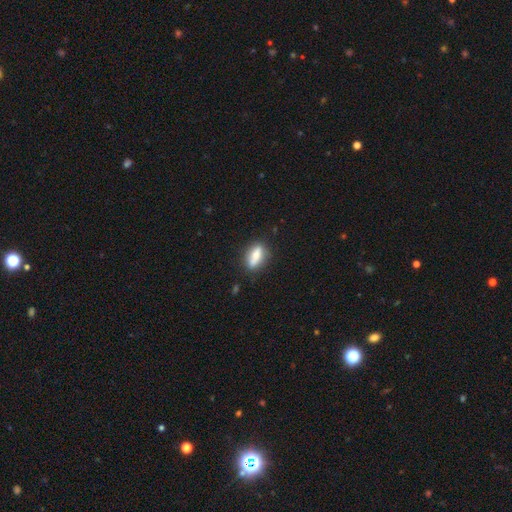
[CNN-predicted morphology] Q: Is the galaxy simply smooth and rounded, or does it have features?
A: smooth — 64%.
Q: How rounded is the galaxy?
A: in between — 59%.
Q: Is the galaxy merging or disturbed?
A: none — 79%.